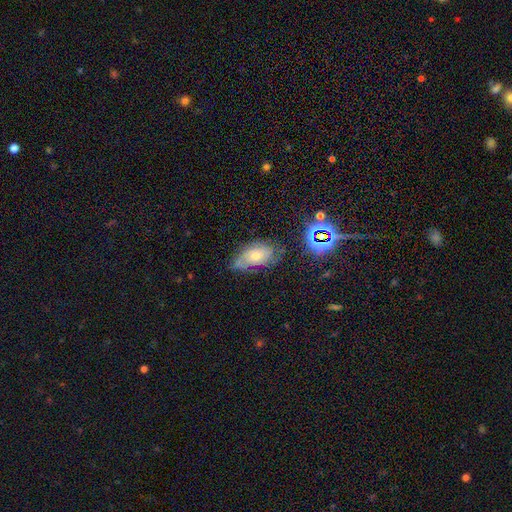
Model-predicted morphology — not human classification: Smooth or featured? Predicted: featured or disk (p=0.44). Merging? Predicted: none (p=0.55).